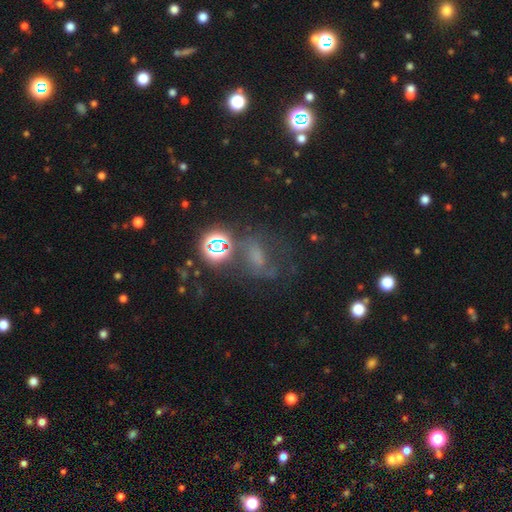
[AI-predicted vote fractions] Overall: star or artifact (38%; smooth 35%).